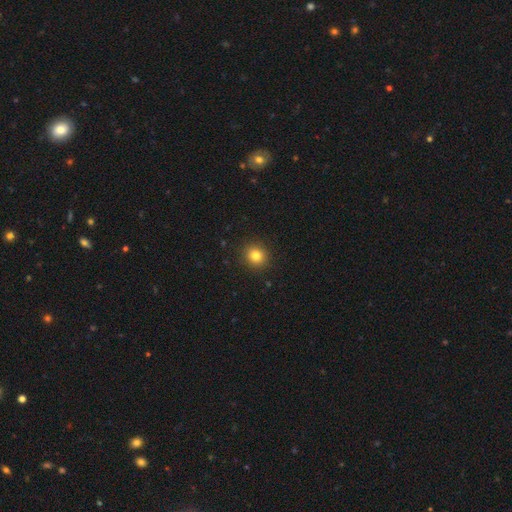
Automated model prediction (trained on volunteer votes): Smooth or featured? smooth (82%)
How rounded? round (88%)
Merging? none (92%)